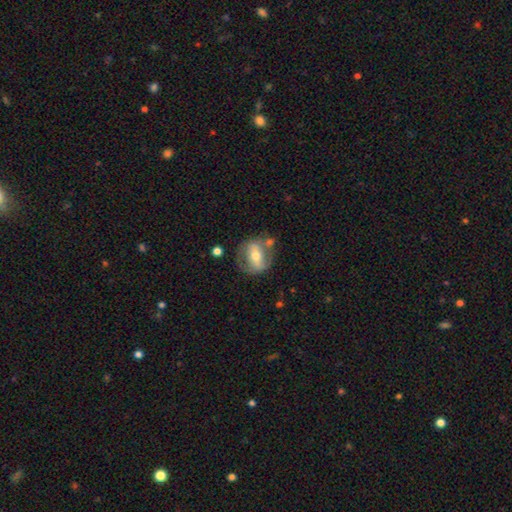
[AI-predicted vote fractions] smooth_or_featured: featured or disk (p=0.61) [alt: smooth p=0.33]
disk_edge_on: no (p=0.90) [alt: yes p=0.10]
bar: strong (p=0.50) [alt: weak p=0.29]
has_spiral_arms: no (p=0.54) [alt: yes p=0.46]
bulge_size: moderate (p=0.69) [alt: small p=0.22]
merging: none (p=0.61) [alt: minor disturbance p=0.19]